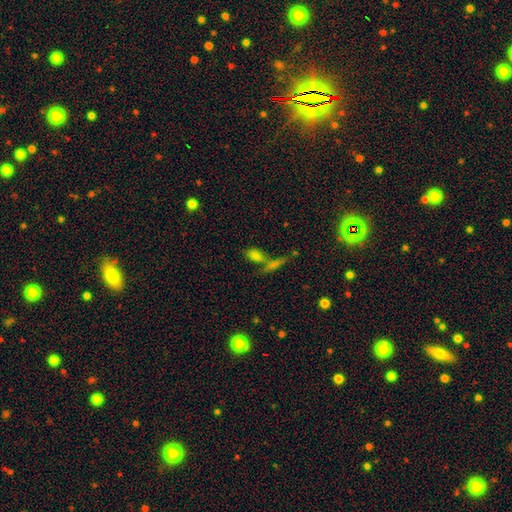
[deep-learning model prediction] Morphology: type=smooth (72%); roundness=in between (80%); merging=merger (42%).